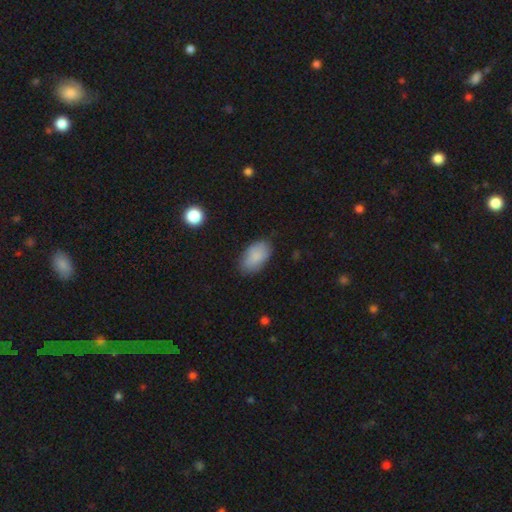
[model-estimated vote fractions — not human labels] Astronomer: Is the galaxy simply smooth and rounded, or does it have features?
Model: smooth — 83%.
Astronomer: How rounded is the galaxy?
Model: in between — 93%.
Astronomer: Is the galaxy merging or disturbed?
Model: none — 78%.